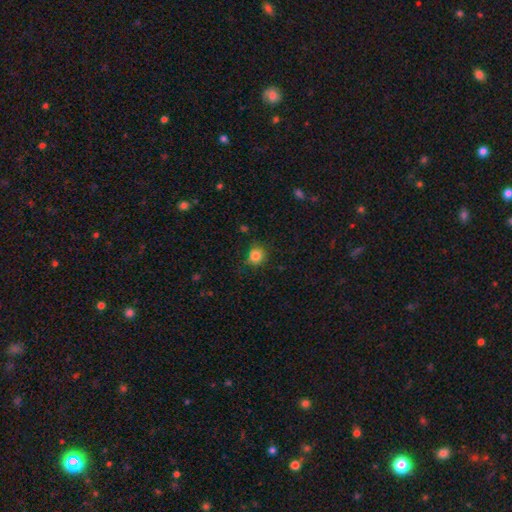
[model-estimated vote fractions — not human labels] smooth 84%, star or artifact 11%, featured or disk 5%. Down the decision tree: how rounded — round (82%); merging — none (79%).